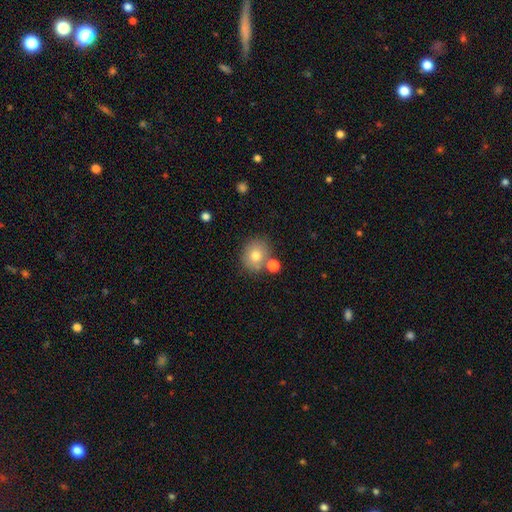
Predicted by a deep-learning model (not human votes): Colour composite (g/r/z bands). It shows a smooth galaxy with no disk features (76%) that is round (75%). Merging: none (68%).